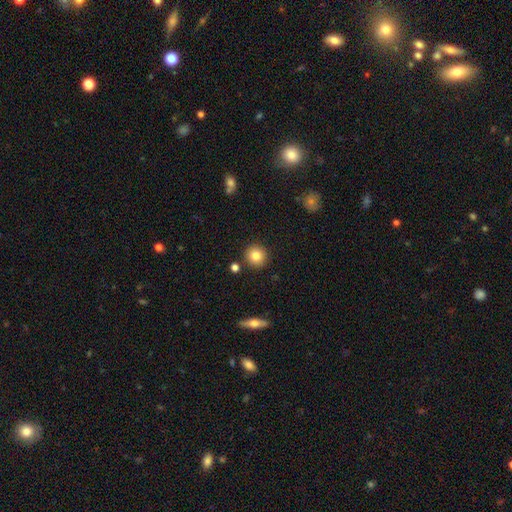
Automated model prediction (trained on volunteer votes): smooth_or_featured: smooth (p=0.83) [alt: star or artifact p=0.09]
how_rounded: round (p=0.93) [alt: in between p=0.06]
merging: none (p=0.89) [alt: minor disturbance p=0.06]